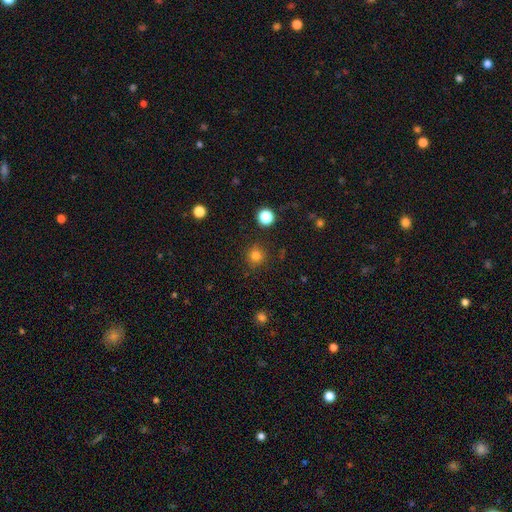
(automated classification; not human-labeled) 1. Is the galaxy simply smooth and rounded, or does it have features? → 80% smooth, 15% star or artifact, 5% featured or disk.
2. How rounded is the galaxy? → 94% round, 5% in between, 1% cigar-shaped.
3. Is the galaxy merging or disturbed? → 88% none, 8% minor disturbance, 3% major disturbance, 2% merger.